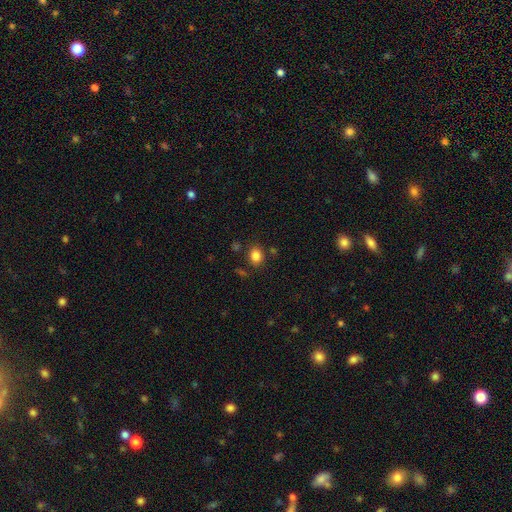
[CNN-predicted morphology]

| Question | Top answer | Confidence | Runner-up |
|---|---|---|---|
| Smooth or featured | smooth | 84% | star or artifact (12%) |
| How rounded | round | 54% | in between (45%) |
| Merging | none | 83% | minor disturbance (10%) |